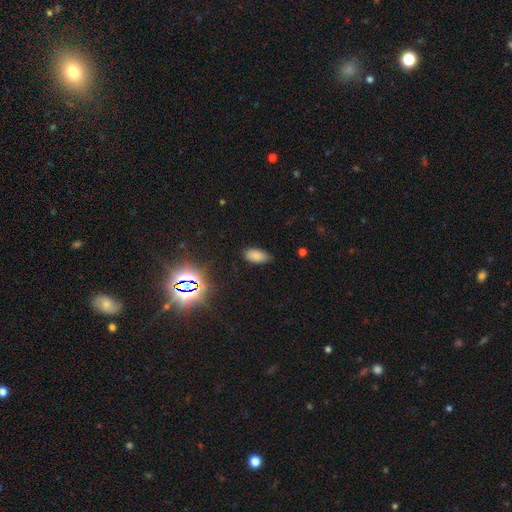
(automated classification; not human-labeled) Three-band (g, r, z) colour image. It shows a smooth galaxy with no disk features (79%) that is in between round and cigar-shaped (92%). Merging: none (77%).